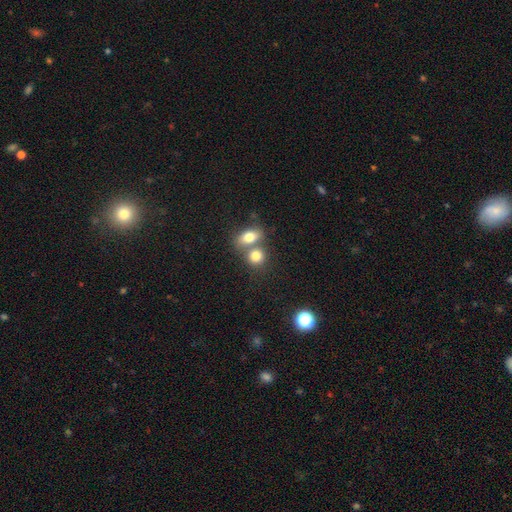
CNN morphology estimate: type=smooth (80%); roundness=round (56%); merging=merger (49%).